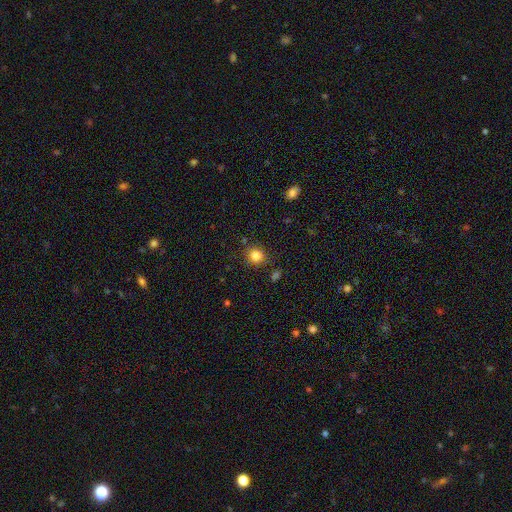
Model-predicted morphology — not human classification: This is clearly a smooth galaxy (83%). How rounded: clearly round (84%). Merging: clearly none (83%).